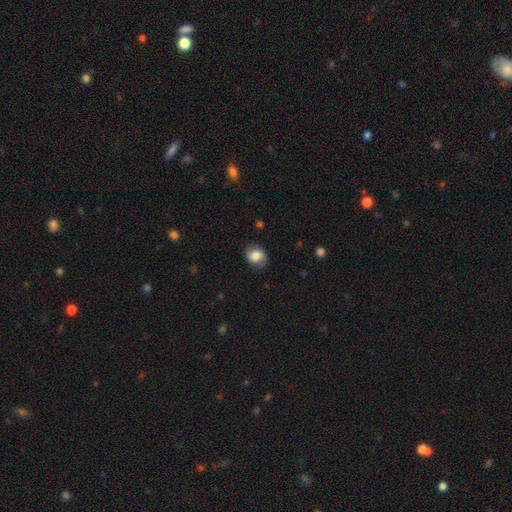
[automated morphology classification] smooth 74%, featured or disk 18%, star or artifact 8%. Down the decision tree: how rounded — round (57%); merging — none (80%).